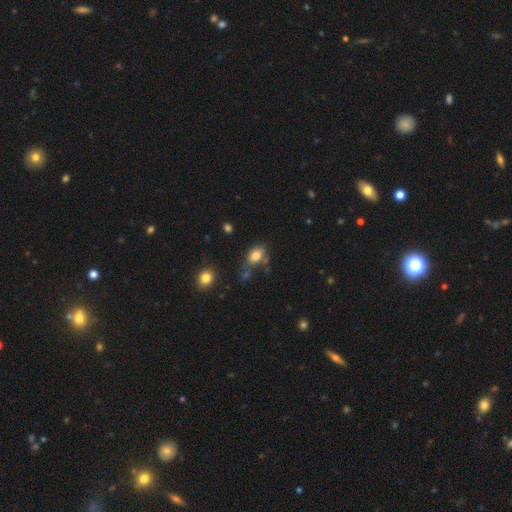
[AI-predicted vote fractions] smooth 82%, star or artifact 10%, featured or disk 8%. Down the decision tree: how rounded — in between (82%); merging — none (55%).